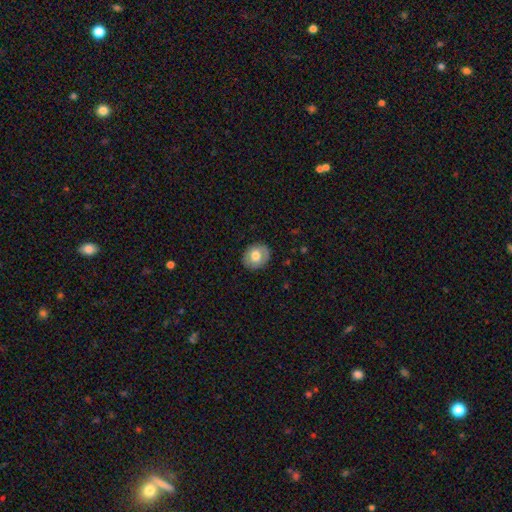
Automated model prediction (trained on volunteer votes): Overall: smooth (67%). How rounded: round (61%; in between 38%). Merging: none (85%).